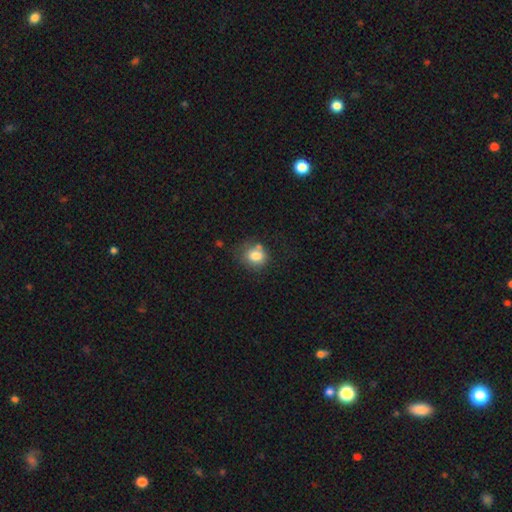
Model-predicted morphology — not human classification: Smooth or featured: smooth — 80% (featured or disk — 10%)
How rounded: round — 70% (in between — 29%)
Merging: none — 60% (minor disturbance — 20%)